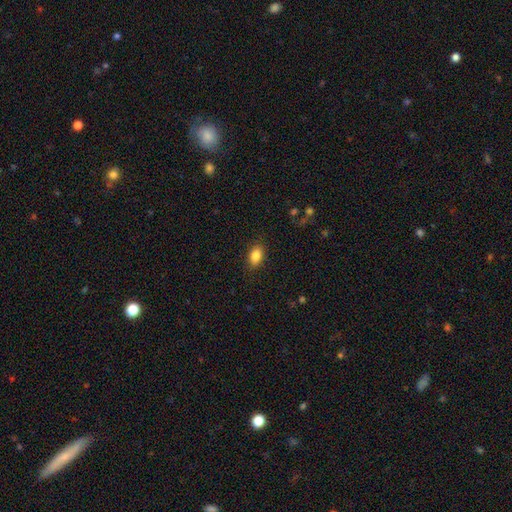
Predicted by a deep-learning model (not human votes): Smooth or featured? smooth (86%)
How rounded? in between (87%)
Merging? none (87%)